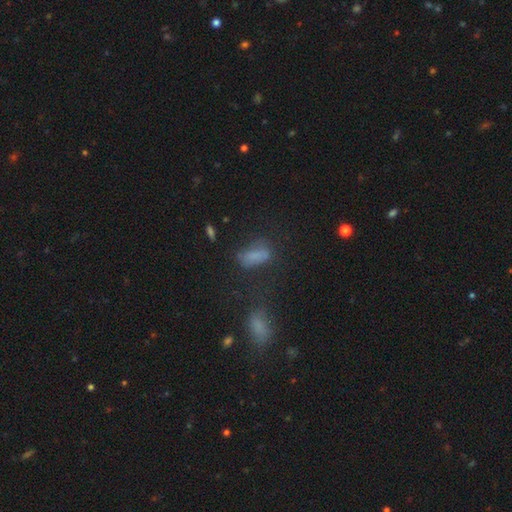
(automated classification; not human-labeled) A smooth galaxy with no disk features (71%) that is in between round and cigar-shaped (71%). Merging: none (50%).